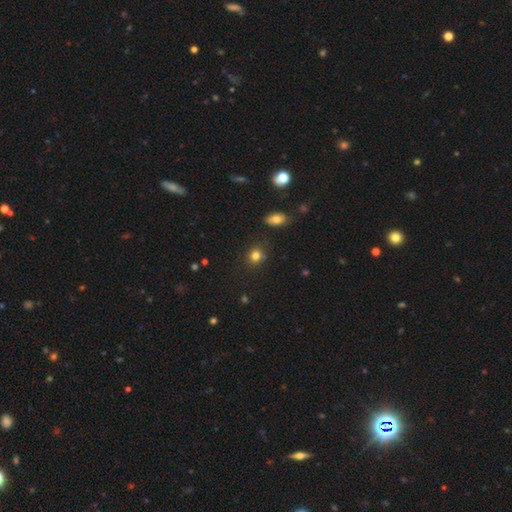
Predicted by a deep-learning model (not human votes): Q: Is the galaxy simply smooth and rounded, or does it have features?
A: smooth — 79%.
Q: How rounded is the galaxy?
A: round — 74%.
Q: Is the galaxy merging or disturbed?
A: none — 80%.